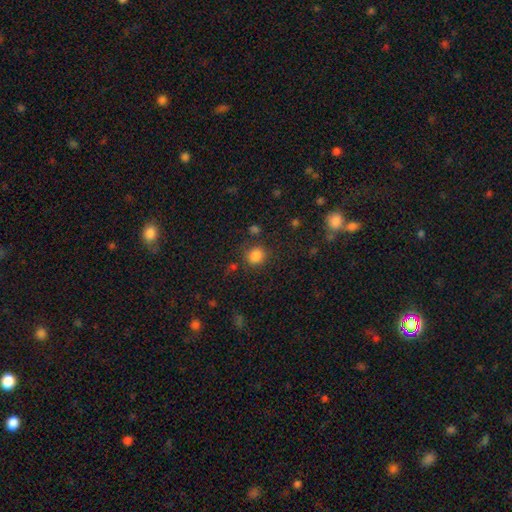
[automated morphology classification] type=smooth (84%); roundness=round (84%); merging=none (81%).